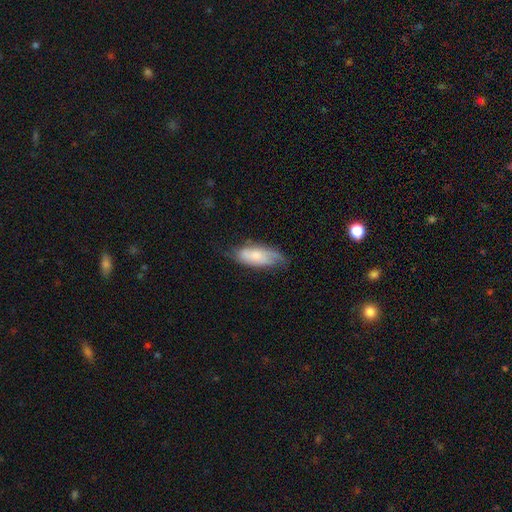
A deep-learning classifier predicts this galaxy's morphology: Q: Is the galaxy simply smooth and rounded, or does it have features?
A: smooth — 58%.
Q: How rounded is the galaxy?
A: in between — 82%.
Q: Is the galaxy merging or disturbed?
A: none — 56%.